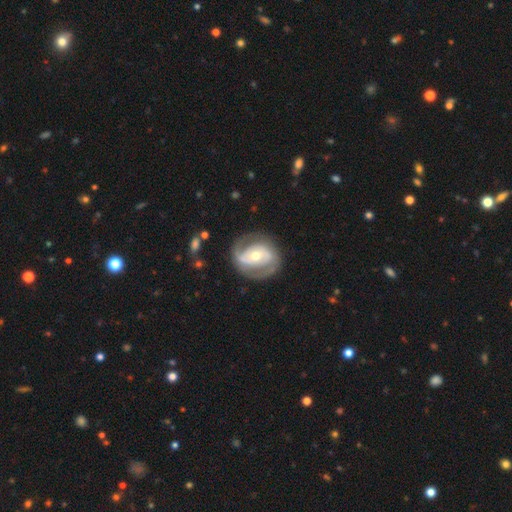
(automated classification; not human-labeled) Smooth or featured? Predicted: featured or disk (p=0.81). Edge-on disk? Predicted: no (p=0.97). Bar? Predicted: no (p=0.40). Spiral arms? Predicted: yes (p=0.87). Spiral winding? Predicted: medium (p=0.43). Spiral arm count? Predicted: 2 (p=0.82). Bulge size? Predicted: moderate (p=0.60). Merging? Predicted: none (p=0.76).